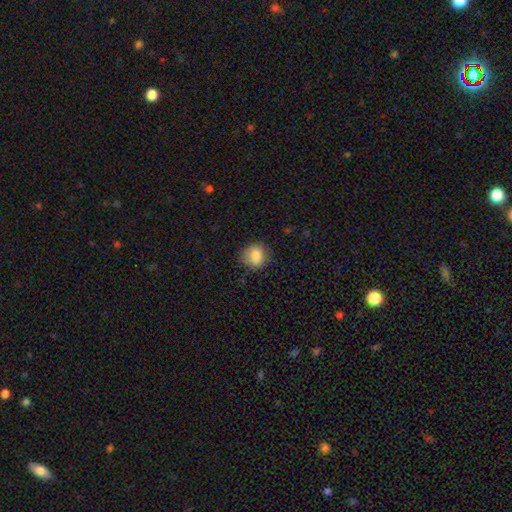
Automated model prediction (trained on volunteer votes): Q: Smooth or featured?
A: smooth (85%); runner-up: star or artifact (9%)
Q: How rounded?
A: round (79%); runner-up: in between (20%)
Q: Merging?
A: none (77%); runner-up: minor disturbance (18%)